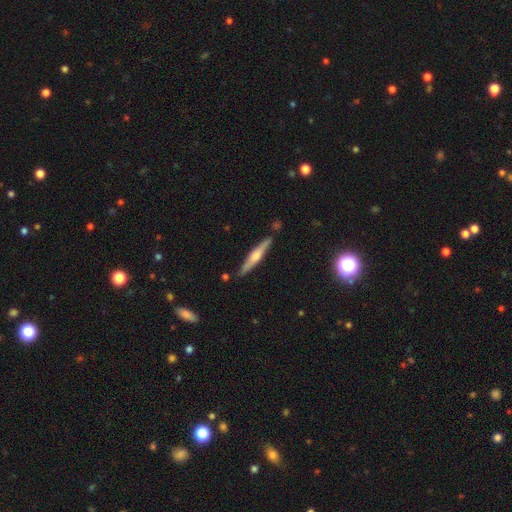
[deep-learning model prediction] Morphology: type=featured or disk (61%); edge-on=yes (96%); edge-on bulge=rounded (78%); merging=none (86%).